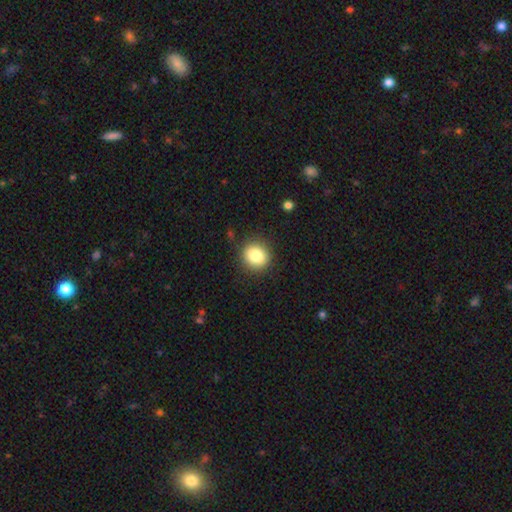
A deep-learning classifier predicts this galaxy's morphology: A smooth galaxy with no disk features (83%) that is round (86%).

Vote fractions:
- Smooth or featured? smooth: 83% / star or artifact: 10% / featured or disk: 7%
- How rounded? round: 86% / in between: 13% / cigar-shaped: 1%
- Merging? none: 89% / minor disturbance: 7% / major disturbance: 2% / merger: 1%